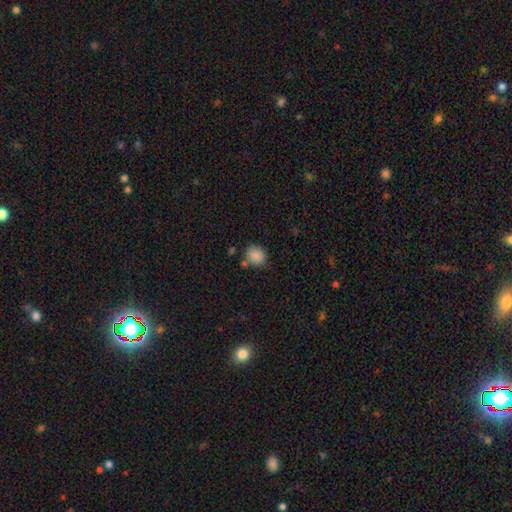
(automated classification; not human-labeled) The model was most divided on "how rounded": round: 70%, in between: 29%, cigar-shaped: 1%. More confident: smooth or featured — smooth (87%); merging — none (74%).